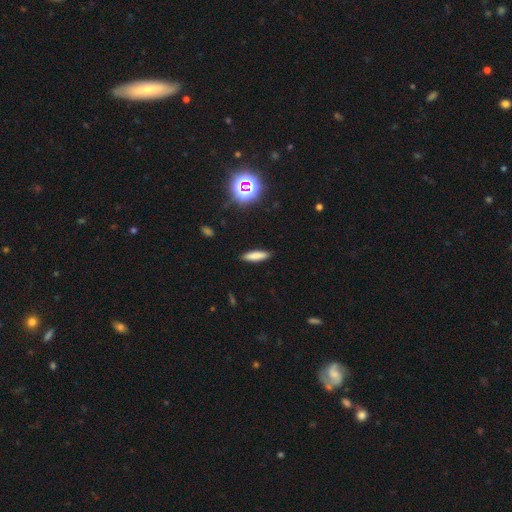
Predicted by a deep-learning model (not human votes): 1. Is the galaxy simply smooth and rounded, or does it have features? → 80% smooth, 10% star or artifact, 10% featured or disk.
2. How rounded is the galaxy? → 70% cigar-shaped, 28% in between, 2% round.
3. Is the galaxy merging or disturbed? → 89% none, 8% minor disturbance, 2% major disturbance, 1% merger.